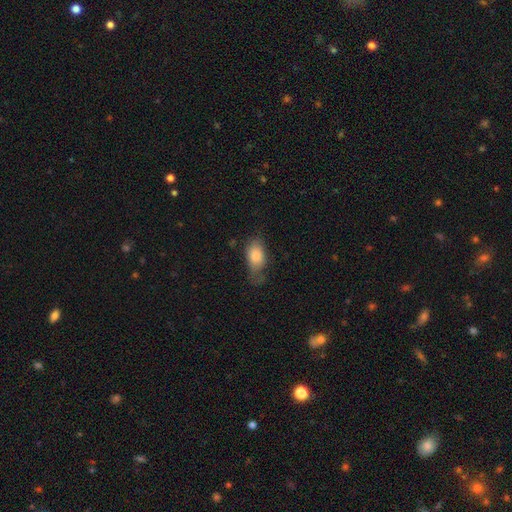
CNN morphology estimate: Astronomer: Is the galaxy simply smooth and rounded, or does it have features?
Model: smooth — 82%.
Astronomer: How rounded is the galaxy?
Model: in between — 89%.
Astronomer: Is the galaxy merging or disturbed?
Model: none — 43% (runner-up: minor disturbance, 35%).